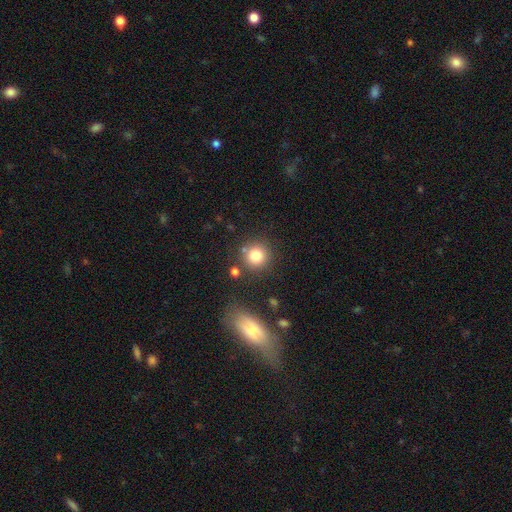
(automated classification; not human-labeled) smooth_or_featured: smooth (p=0.81) [alt: star or artifact p=0.11]
how_rounded: round (p=0.91) [alt: in between p=0.08]
merging: none (p=0.79) [alt: minor disturbance p=0.10]